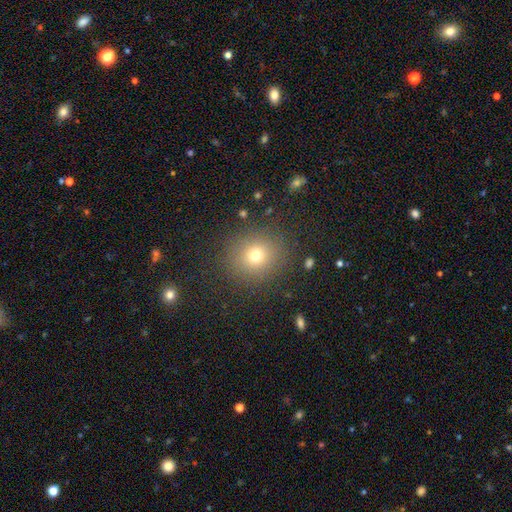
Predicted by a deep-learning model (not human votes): smooth-or-featured: smooth: 72% | star or artifact: 18% | featured or disk: 10%
  how-rounded: round: 85% | in between: 14% | cigar-shaped: 1%
  merging: none: 87% | minor disturbance: 8% | major disturbance: 4% | merger: 2%